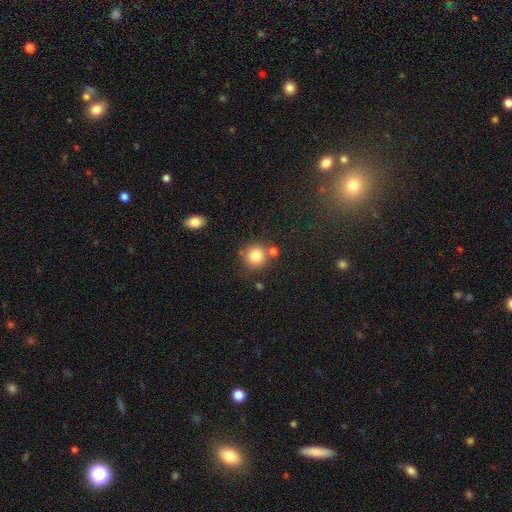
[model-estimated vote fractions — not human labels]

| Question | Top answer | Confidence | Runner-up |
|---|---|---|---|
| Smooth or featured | smooth | 81% | star or artifact (11%) |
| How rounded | round | 91% | in between (8%) |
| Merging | none | 71% | merger (16%) |